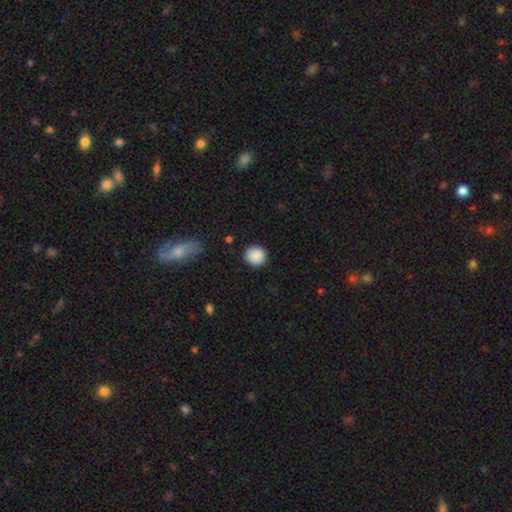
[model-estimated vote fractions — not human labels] smooth_or_featured: smooth (p=0.89) [alt: star or artifact p=0.08]
how_rounded: round (p=0.92) [alt: in between p=0.07]
merging: none (p=0.90) [alt: minor disturbance p=0.07]